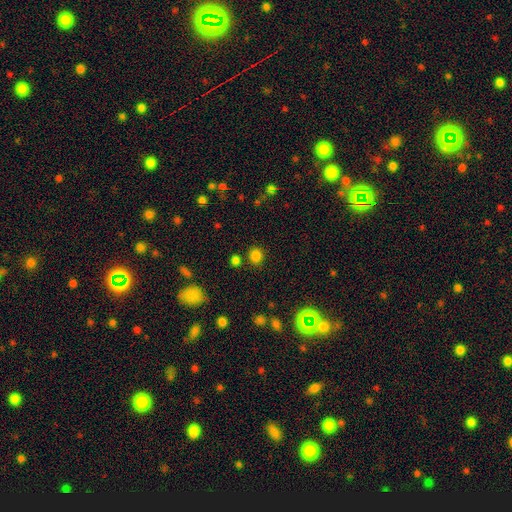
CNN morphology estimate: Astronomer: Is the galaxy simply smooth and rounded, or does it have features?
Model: smooth — 80%.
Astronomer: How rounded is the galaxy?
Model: round — 75%.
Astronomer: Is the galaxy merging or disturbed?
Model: none — 84%.